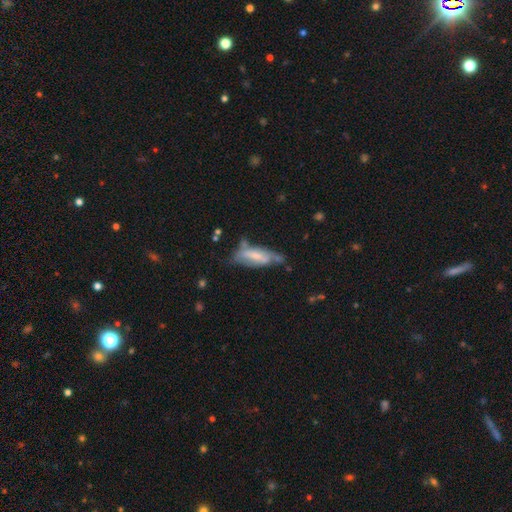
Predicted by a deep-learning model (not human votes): Morphology: type=smooth (49%); merging=none (42%).